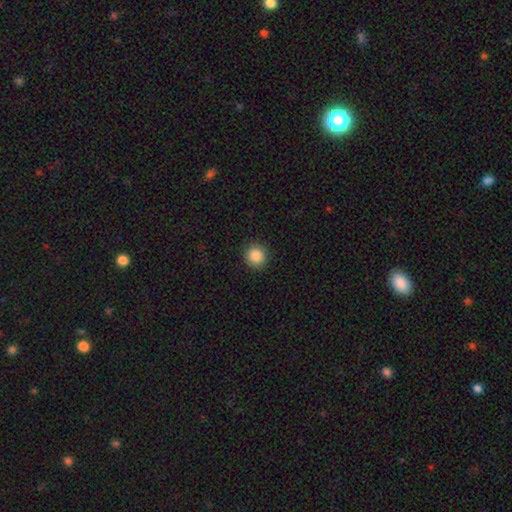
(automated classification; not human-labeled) Smooth or featured? Predicted: smooth (p=0.87). How rounded? Predicted: round (p=0.93). Merging? Predicted: none (p=0.92).